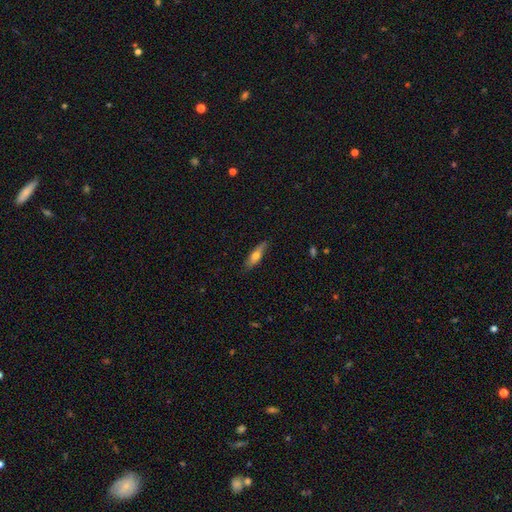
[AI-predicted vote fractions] smooth 60%, featured or disk 34%, star or artifact 6%. Down the decision tree: how rounded — cigar-shaped (65%); merging — none (79%).